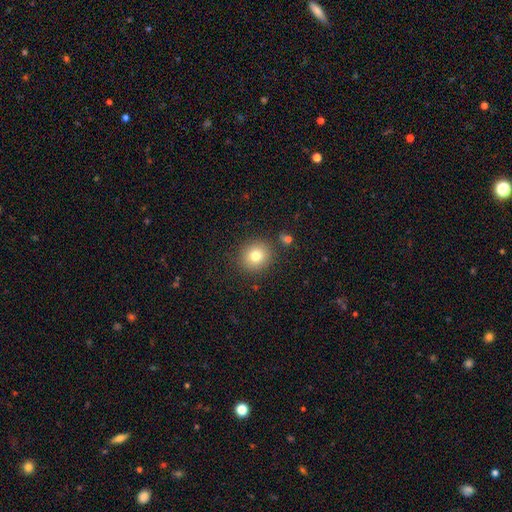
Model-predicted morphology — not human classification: Overall: smooth (78%). How rounded: round (87%). Merging: none (86%).